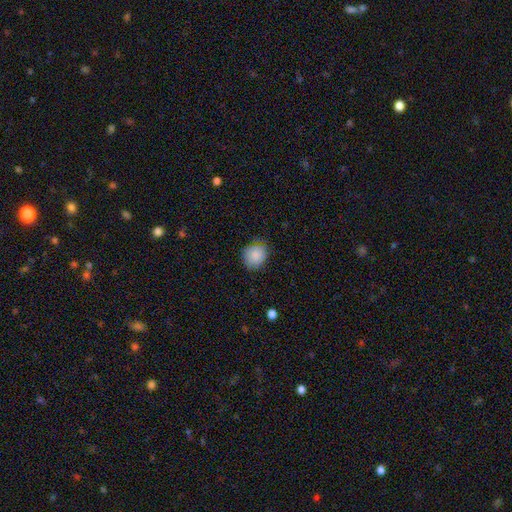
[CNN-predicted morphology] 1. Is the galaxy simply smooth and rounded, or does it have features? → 86% smooth, 8% star or artifact, 6% featured or disk.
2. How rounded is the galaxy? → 77% round, 22% in between, 1% cigar-shaped.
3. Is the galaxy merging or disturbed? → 75% none, 20% minor disturbance, 4% major disturbance, 1% merger.